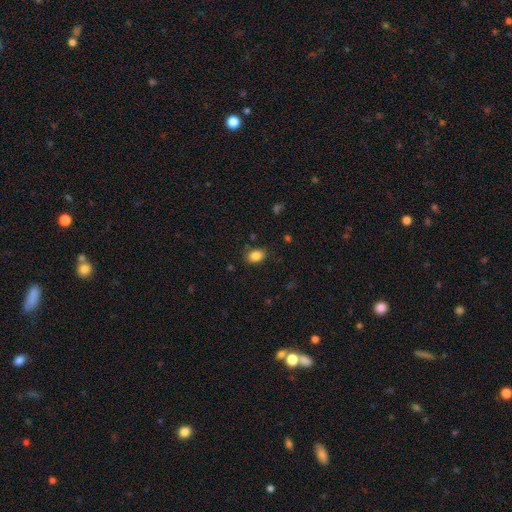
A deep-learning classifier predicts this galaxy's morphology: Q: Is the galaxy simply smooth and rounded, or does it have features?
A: smooth — 85%.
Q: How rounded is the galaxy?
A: in between — 79%.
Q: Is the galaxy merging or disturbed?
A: none — 83%.